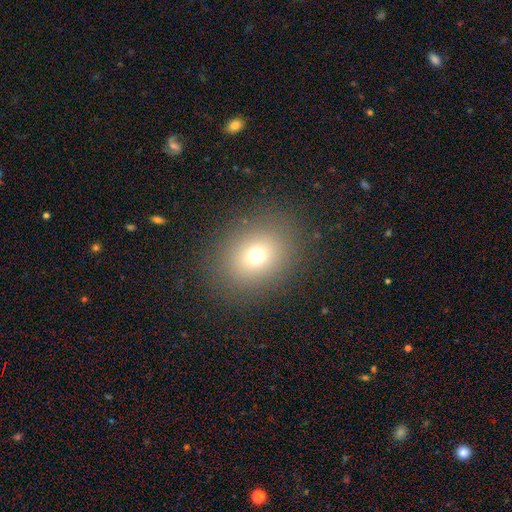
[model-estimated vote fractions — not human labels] Smooth or featured: smooth — 70% (star or artifact — 18%)
How rounded: round — 61% (in between — 38%)
Merging: none — 86% (minor disturbance — 8%)